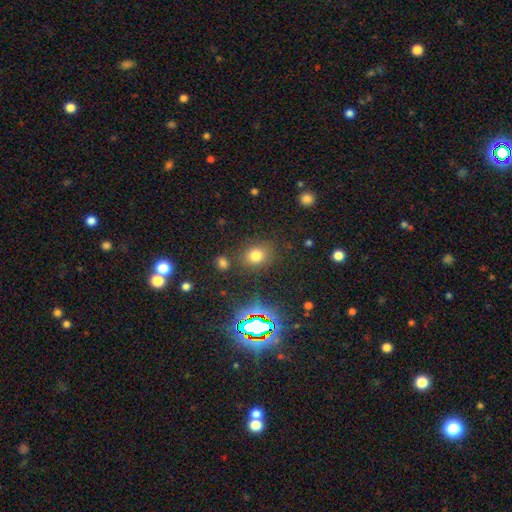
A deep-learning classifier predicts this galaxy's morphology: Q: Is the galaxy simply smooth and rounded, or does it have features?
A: smooth — 71%.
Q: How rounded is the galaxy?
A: round — 60%.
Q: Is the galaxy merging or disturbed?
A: none — 79%.